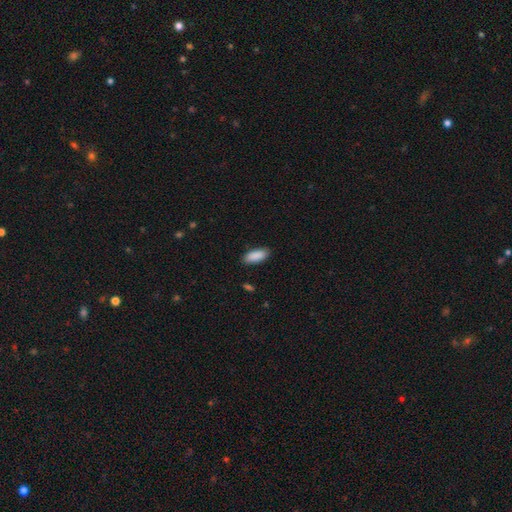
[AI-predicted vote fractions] This appears to be a smooth galaxy with no disk features (90%) that is in between round and cigar-shaped (83%). Merging: none (88%).